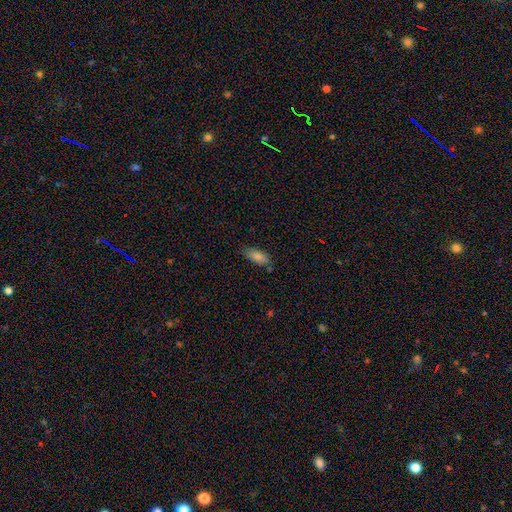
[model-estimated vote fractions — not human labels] The model was most divided on "merging": none: 72%, minor disturbance: 21%, major disturbance: 4%, merger: 3%. More confident: smooth or featured — smooth (82%); how rounded — in between (80%).